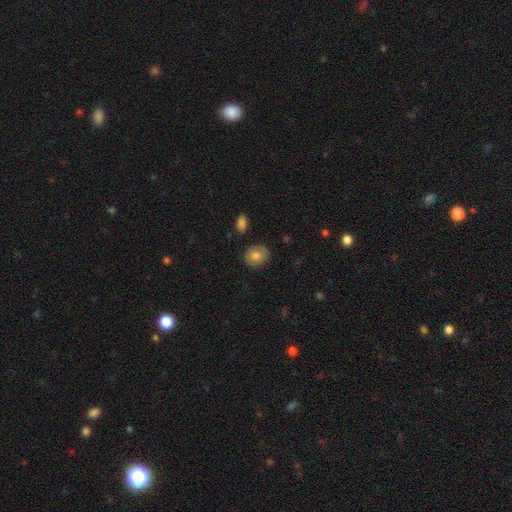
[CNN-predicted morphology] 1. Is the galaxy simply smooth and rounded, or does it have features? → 80% smooth, 13% featured or disk, 8% star or artifact.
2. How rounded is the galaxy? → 62% round, 37% in between, 1% cigar-shaped.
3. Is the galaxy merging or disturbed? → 85% none, 11% minor disturbance, 3% major disturbance, 2% merger.